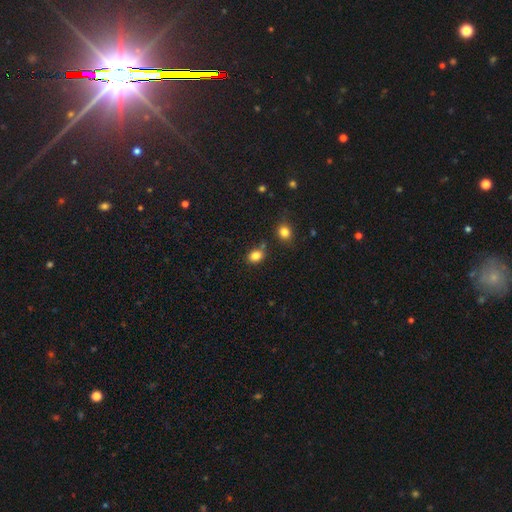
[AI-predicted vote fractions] smooth-or-featured: smooth: 83% | star or artifact: 11% | featured or disk: 5%
  how-rounded: in between: 57% | round: 42% | cigar-shaped: 1%
  merging: none: 72% | minor disturbance: 13% | merger: 11% | major disturbance: 3%